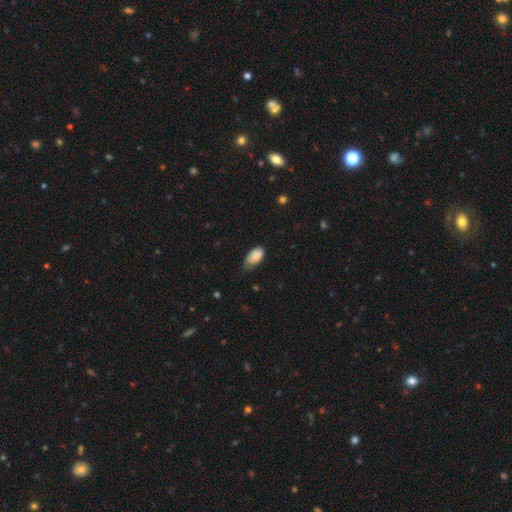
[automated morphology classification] smooth_or_featured: smooth (p=0.85) [alt: featured or disk p=0.08]
how_rounded: in between (p=0.94) [alt: round p=0.03]
merging: none (p=0.49) [alt: minor disturbance p=0.41]